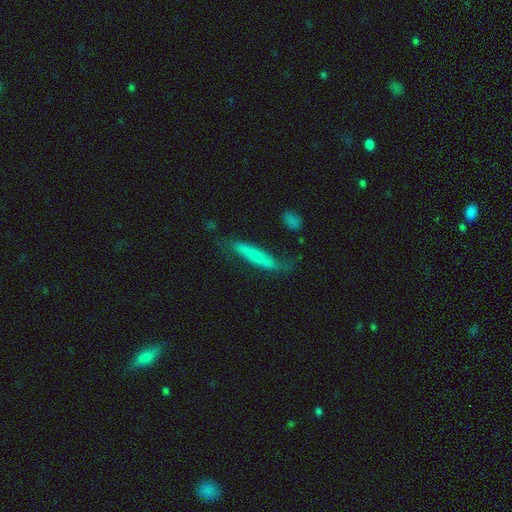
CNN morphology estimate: Q: Smooth or featured?
A: smooth (50%); runner-up: featured or disk (43%)
Q: Merging?
A: none (59%); runner-up: minor disturbance (25%)